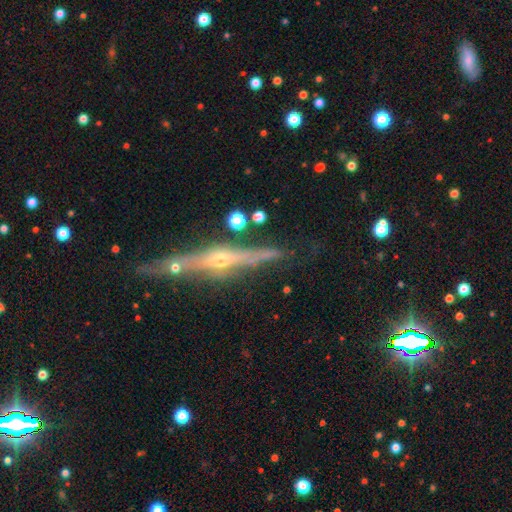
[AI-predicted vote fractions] Morphology: type=featured or disk (81%); edge-on=yes (95%); edge-on bulge=rounded (84%); merging=none (78%).